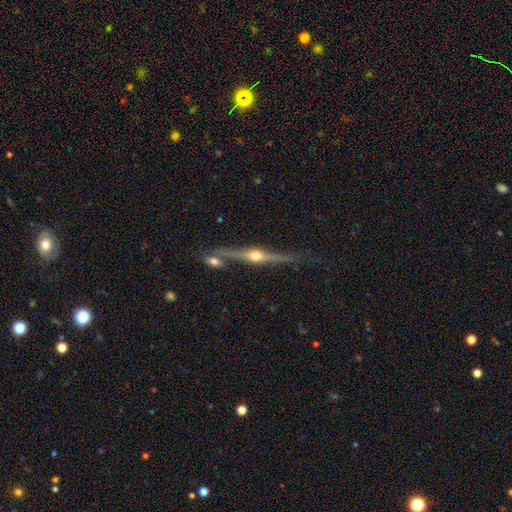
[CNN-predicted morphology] smooth-or-featured: featured or disk: 84% | smooth: 10% | star or artifact: 6%
  disk-edge-on: yes: 98% | no: 2%
    edge-on-bulge: rounded: 95% | boxy: 3% | none: 2%
  merging: none: 76% | minor disturbance: 11% | merger: 10% | major disturbance: 3%